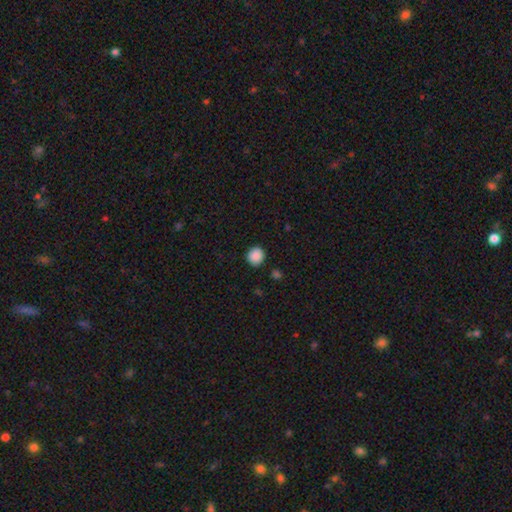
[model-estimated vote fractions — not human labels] Morphology: type=smooth (88%); roundness=round (87%); merging=none (87%).